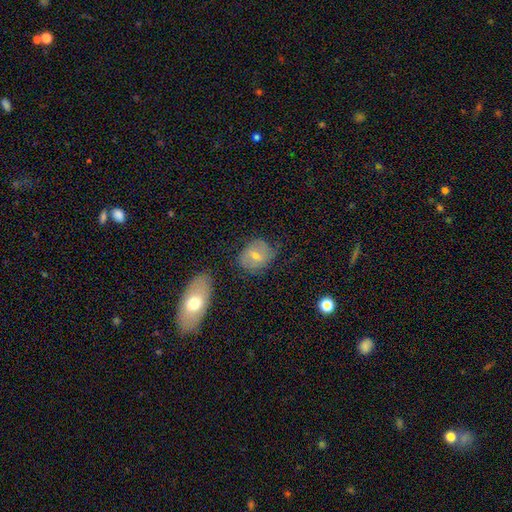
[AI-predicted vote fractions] This is possibly a smooth galaxy (46%). Merging: likely none (66%).